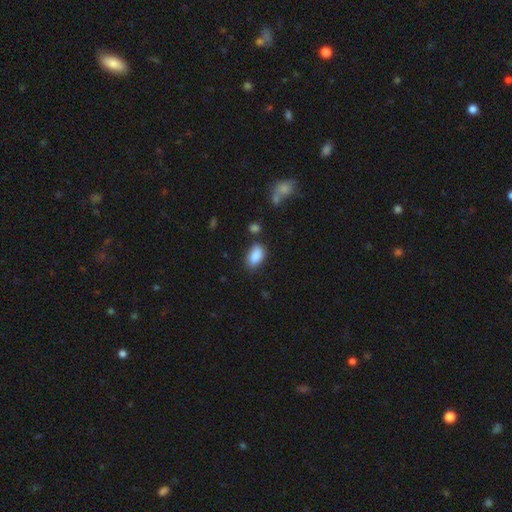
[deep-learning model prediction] smooth 88%, star or artifact 7%, featured or disk 4%. Down the decision tree: how rounded — in between (91%); merging — none (75%).